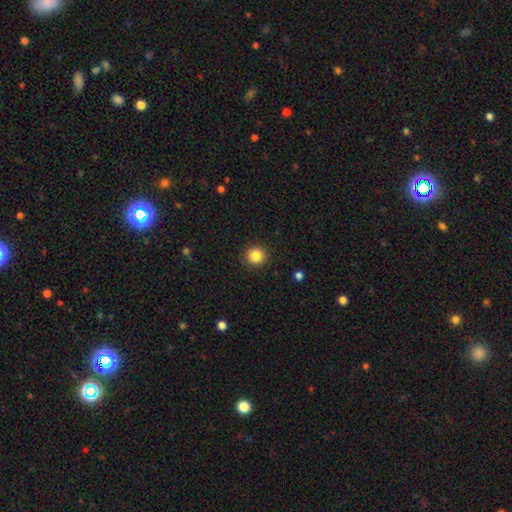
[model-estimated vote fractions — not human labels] A smooth galaxy with no disk features (85%) that is round (93%).

Vote fractions:
- Smooth or featured? smooth: 85% / star or artifact: 10% / featured or disk: 4%
- How rounded? round: 93% / in between: 6% / cigar-shaped: 1%
- Merging? none: 92% / minor disturbance: 5% / major disturbance: 2% / merger: 1%